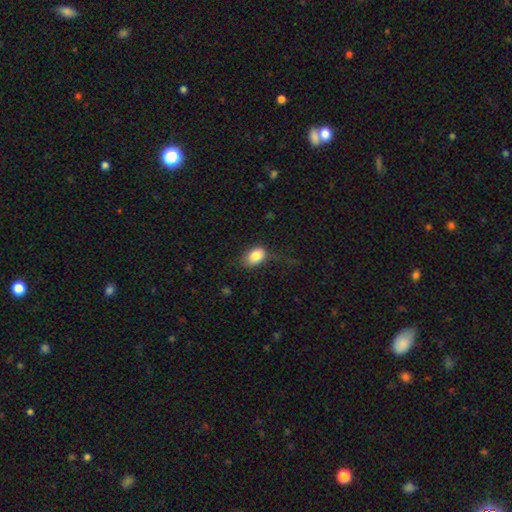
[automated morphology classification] Overall: smooth (84%). How rounded: in between (83%). Merging: none (63%; minor disturbance 23%).